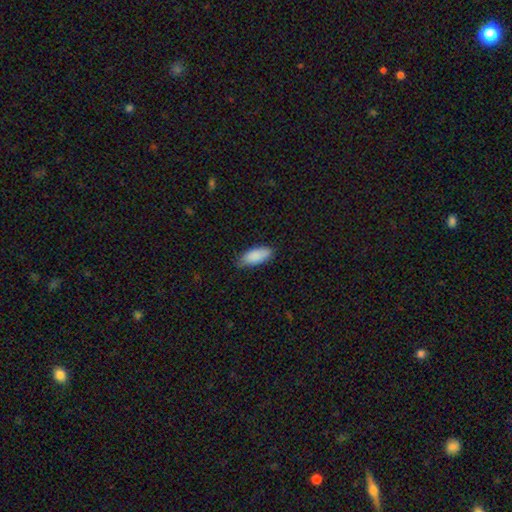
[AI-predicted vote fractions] Smooth or featured?
  - smooth: 88% *
  - star or artifact: 6%
  - featured or disk: 6%
How rounded?
  - in between: 85% *
  - cigar-shaped: 13%
  - round: 2%
Merging?
  - none: 73% *
  - minor disturbance: 23%
  - major disturbance: 3%
  - merger: 1%